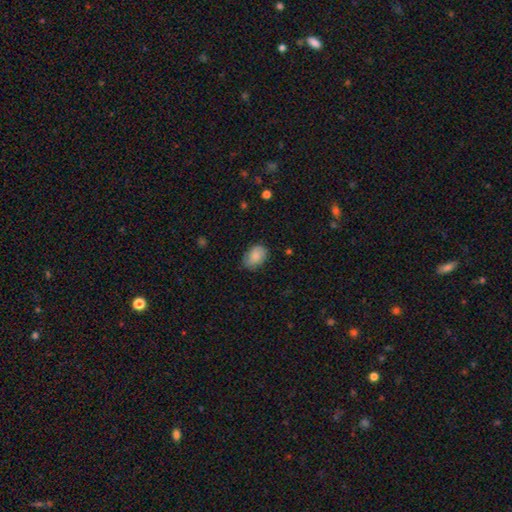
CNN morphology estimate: smooth_or_featured: smooth (p=0.79) [alt: featured or disk p=0.14]
how_rounded: in between (p=0.76) [alt: round p=0.23]
merging: none (p=0.77) [alt: minor disturbance p=0.18]